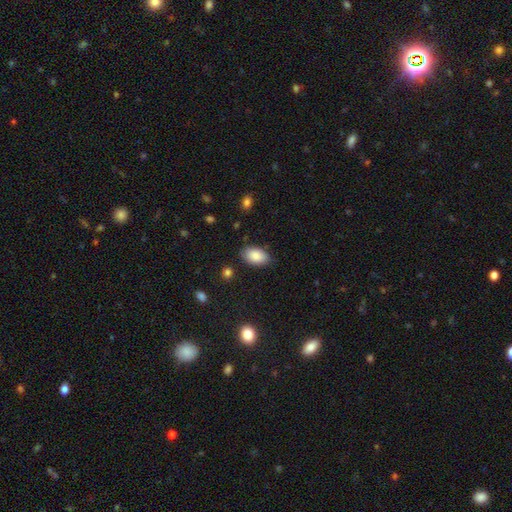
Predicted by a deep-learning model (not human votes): Morphology: type=smooth (86%); roundness=in between (93%); merging=none (82%).